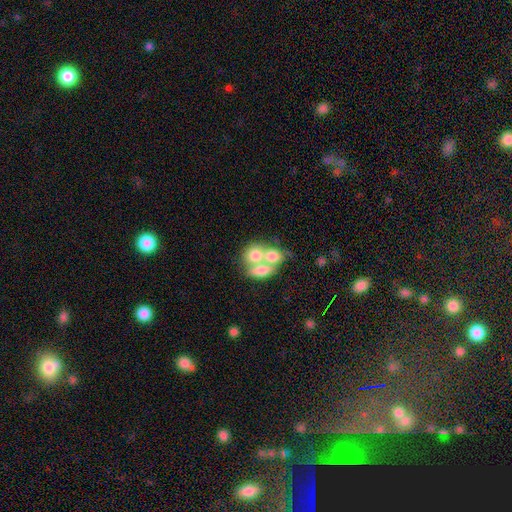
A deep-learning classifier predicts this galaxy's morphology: Overall: smooth (67%). How rounded: in between (54%; round 44%). Merging: merger (69%).